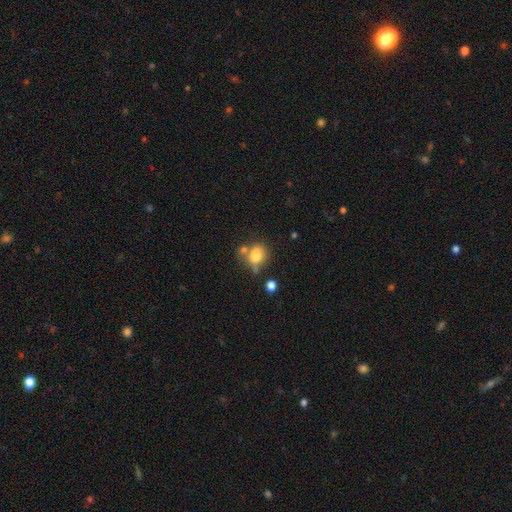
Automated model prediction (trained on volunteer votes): Morphology: type=smooth (73%); roundness=round (64%); merging=none (43%).